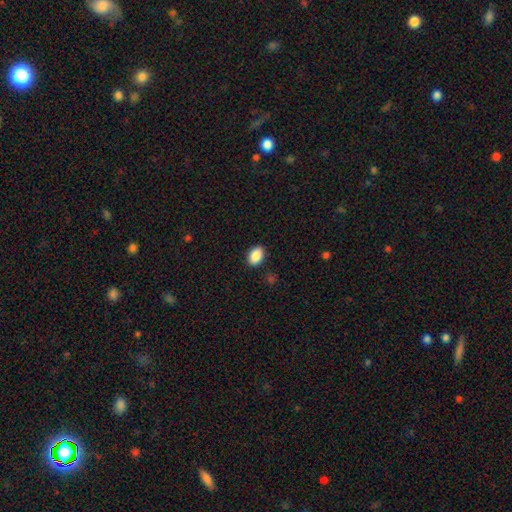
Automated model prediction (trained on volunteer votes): smooth 89%, star or artifact 7%, featured or disk 3%. Down the decision tree: how rounded — in between (86%); merging — none (89%).